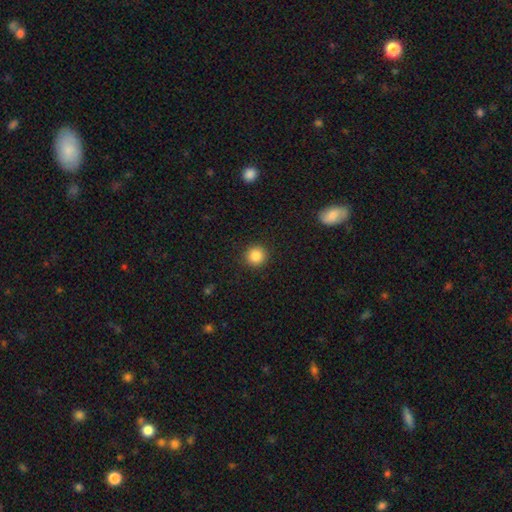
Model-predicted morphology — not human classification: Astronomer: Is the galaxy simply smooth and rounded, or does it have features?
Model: smooth — 86%.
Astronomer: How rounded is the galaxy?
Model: round — 94%.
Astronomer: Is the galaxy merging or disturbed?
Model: none — 92%.